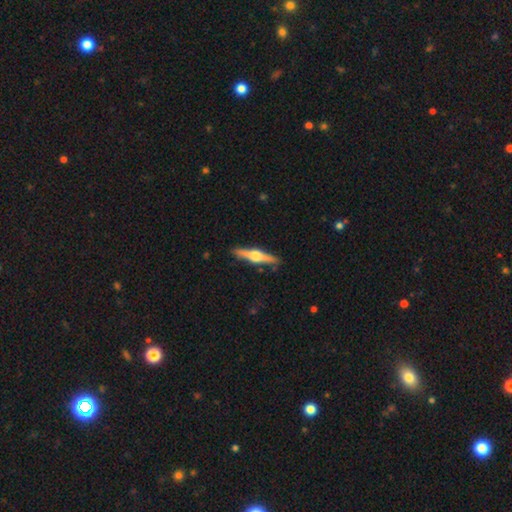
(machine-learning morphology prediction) The model was most divided on "smooth or featured": featured or disk: 73%, smooth: 22%, star or artifact: 5%. More confident: edge-on disk — yes (98%); edge-on bulge — rounded (95%); merging — none (90%).